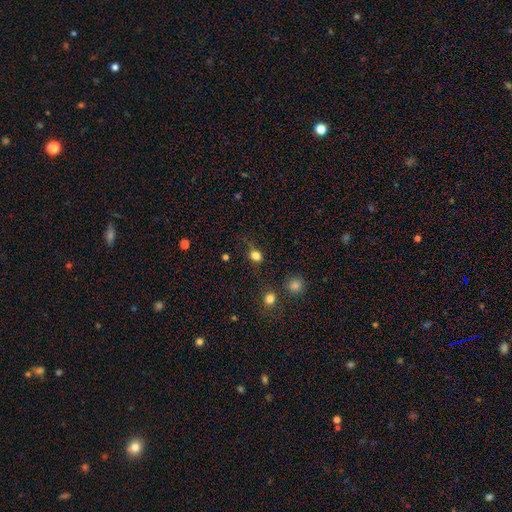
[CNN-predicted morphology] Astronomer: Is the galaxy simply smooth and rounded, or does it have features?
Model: smooth — 79%.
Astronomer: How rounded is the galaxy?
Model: round — 73%.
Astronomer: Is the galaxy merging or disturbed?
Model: none — 65%.